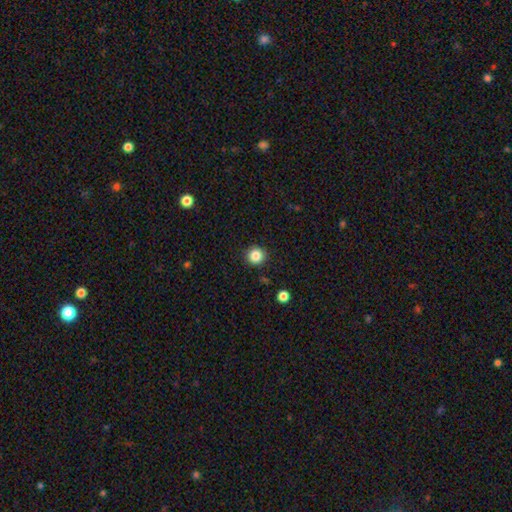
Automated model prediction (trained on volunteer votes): Smooth or featured: smooth — 84% (star or artifact — 11%)
How rounded: round — 94% (in between — 5%)
Merging: none — 91% (minor disturbance — 6%)